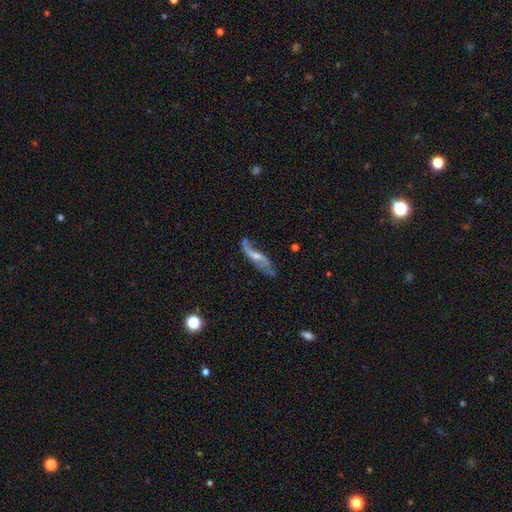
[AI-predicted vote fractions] Smooth or featured: featured or disk — 75% (smooth — 17%)
Edge-on disk: no — 74% (yes — 26%)
Bar: no — 42% (weak — 41%)
Spiral arms: yes — 88% (no — 12%)
Bulge size: small — 46% (moderate — 42%)
Merging: none — 61% (minor disturbance — 23%)